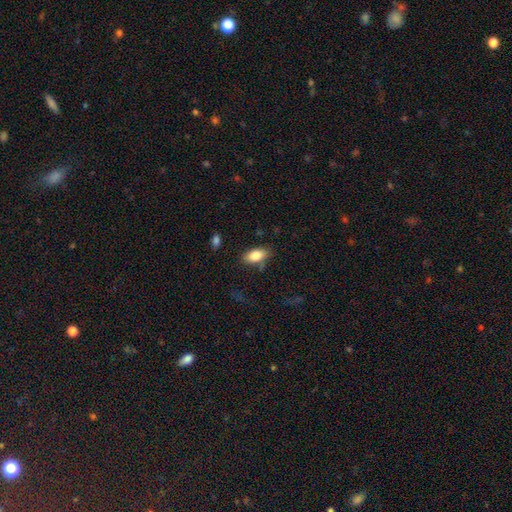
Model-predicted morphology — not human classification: A smooth galaxy with no disk features (82%) that is in between round and cigar-shaped (90%).

Vote fractions:
- Smooth or featured? smooth: 82% / featured or disk: 11% / star or artifact: 7%
- How rounded? in between: 90% / round: 5% / cigar-shaped: 5%
- Merging? none: 77% / minor disturbance: 16% / major disturbance: 4% / merger: 3%